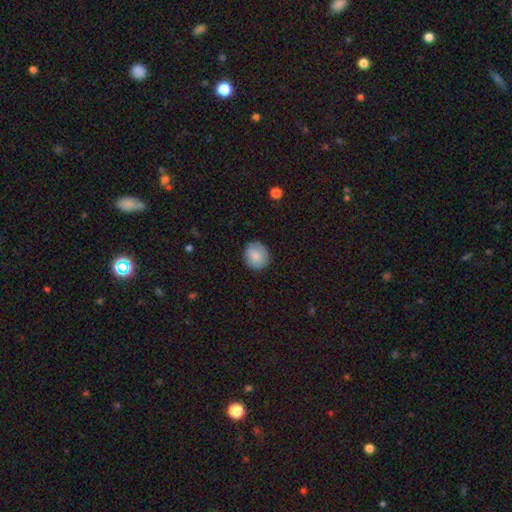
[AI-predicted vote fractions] smooth_or_featured: smooth (p=0.81) [alt: featured or disk p=0.12]
how_rounded: round (p=0.79) [alt: in between p=0.20]
merging: none (p=0.81) [alt: minor disturbance p=0.14]